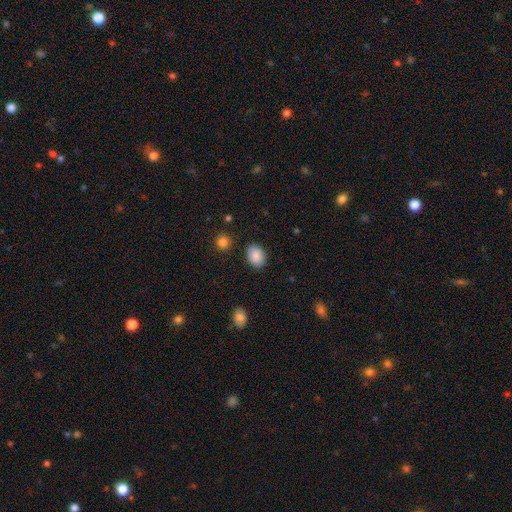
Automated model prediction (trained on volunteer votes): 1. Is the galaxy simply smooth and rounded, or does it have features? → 89% smooth, 7% star or artifact, 4% featured or disk.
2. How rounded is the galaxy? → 70% in between, 29% round, 1% cigar-shaped.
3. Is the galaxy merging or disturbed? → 85% none, 10% minor disturbance, 3% major disturbance, 2% merger.